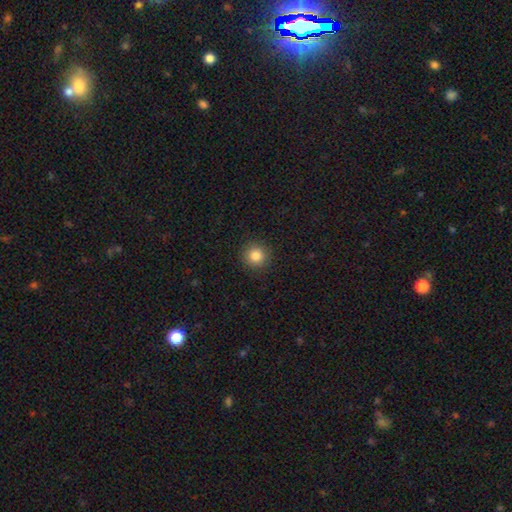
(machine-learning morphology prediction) The model was most divided on "smooth or featured": smooth: 84%, star or artifact: 11%, featured or disk: 5%. More confident: how rounded — round (95%); merging — none (92%).